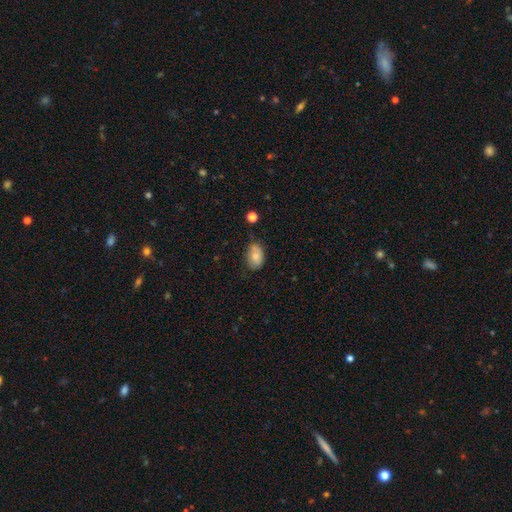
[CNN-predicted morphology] Q: Smooth or featured?
A: smooth (77%); runner-up: featured or disk (14%)
Q: How rounded?
A: in between (87%); runner-up: round (12%)
Q: Merging?
A: none (64%); runner-up: minor disturbance (28%)